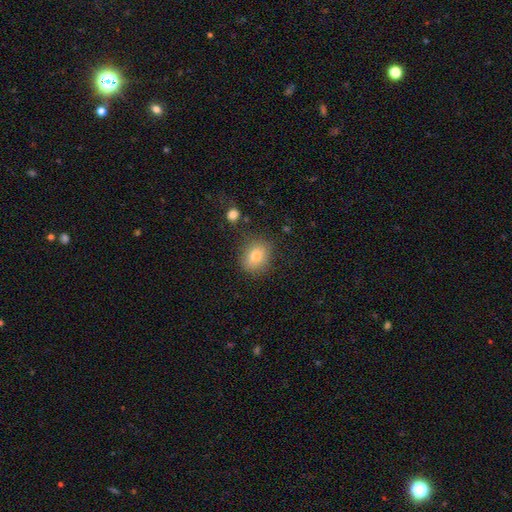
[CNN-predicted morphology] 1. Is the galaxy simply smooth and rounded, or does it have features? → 78% smooth, 11% featured or disk, 11% star or artifact.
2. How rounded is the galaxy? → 54% round, 44% in between, 1% cigar-shaped.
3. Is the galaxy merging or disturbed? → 78% none, 14% minor disturbance, 4% major disturbance, 3% merger.